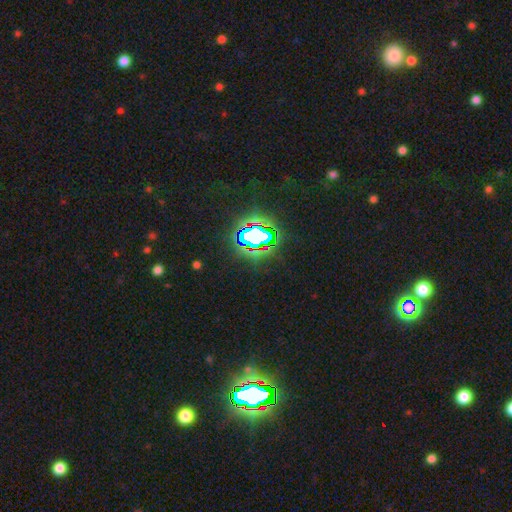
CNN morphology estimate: smooth_or_featured: star or artifact (p=0.82) [alt: smooth p=0.11]